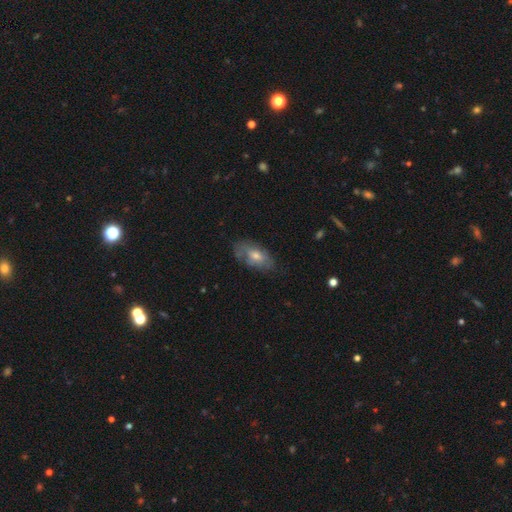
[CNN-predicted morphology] smooth_or_featured: featured or disk (p=0.45) [tied with: smooth p=0.45]
merging: none (p=0.69) [alt: minor disturbance p=0.23]